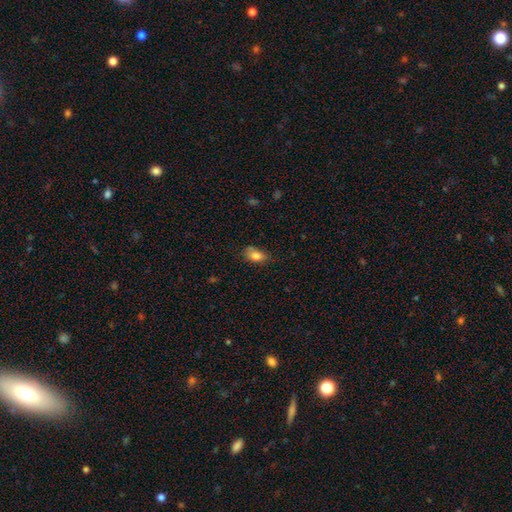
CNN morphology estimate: This appears to be a smooth galaxy with no disk features (80%) that is in between round and cigar-shaped (87%). Merging: none (60%).